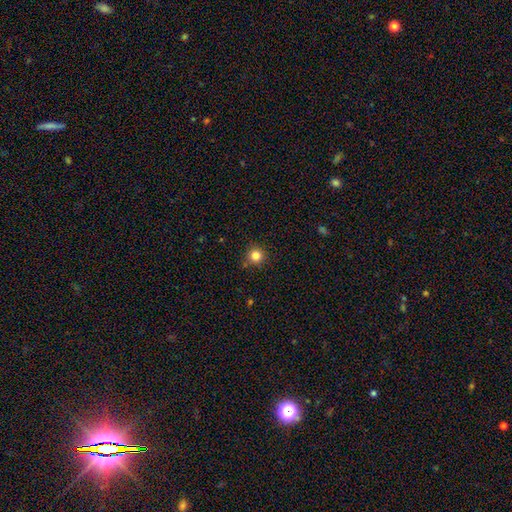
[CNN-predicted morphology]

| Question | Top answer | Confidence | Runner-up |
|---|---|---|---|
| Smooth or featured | smooth | 83% | star or artifact (13%) |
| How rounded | round | 95% | in between (4%) |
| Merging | none | 86% | minor disturbance (8%) |